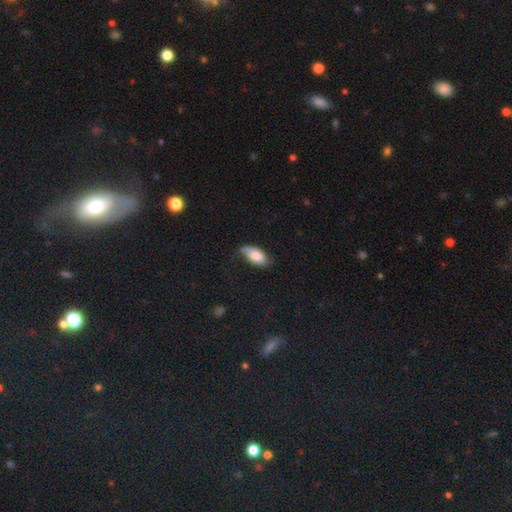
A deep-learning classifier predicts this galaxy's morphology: Smooth or featured? smooth (66%)
How rounded? in between (91%)
Merging? none (54%)